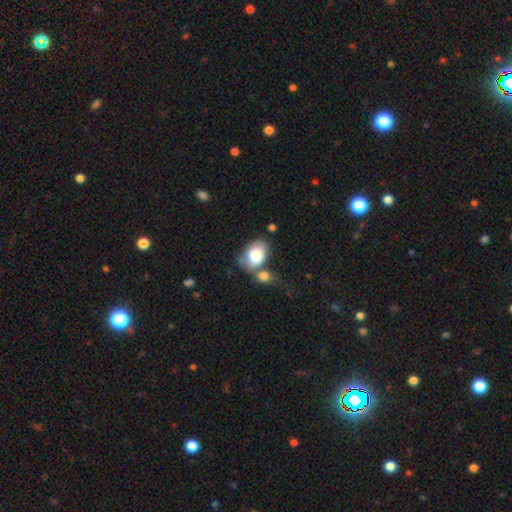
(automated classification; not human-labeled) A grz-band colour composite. It shows a smooth galaxy with no disk features (80%) that is in between round and cigar-shaped (81%). Merging: merger (40%).